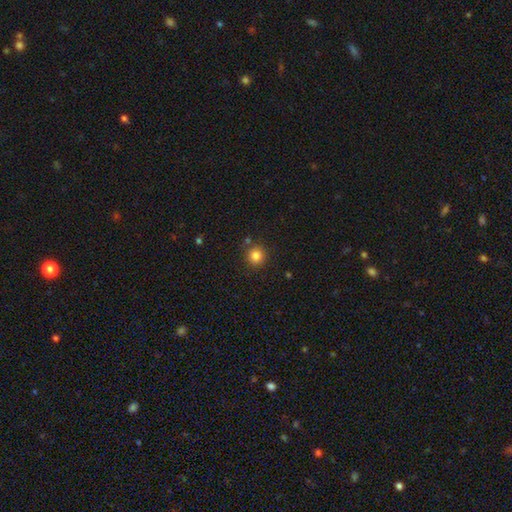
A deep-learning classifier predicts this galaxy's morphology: Smooth or featured?
  - smooth: 83% *
  - star or artifact: 12%
  - featured or disk: 5%
How rounded?
  - round: 94% *
  - in between: 5%
  - cigar-shaped: 1%
Merging?
  - none: 85% *
  - minor disturbance: 7%
  - merger: 5%
  - major disturbance: 2%